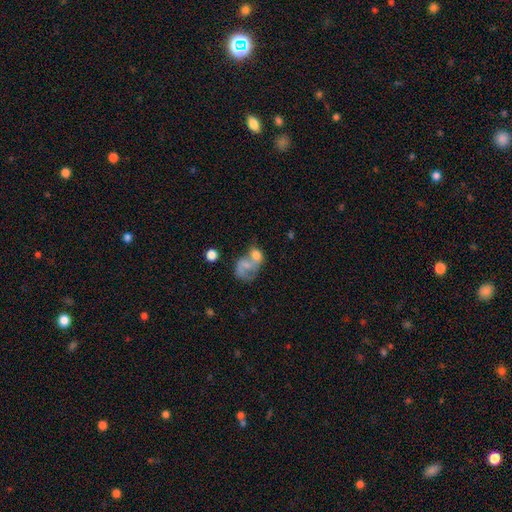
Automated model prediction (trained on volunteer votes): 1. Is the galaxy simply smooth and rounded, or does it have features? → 51% smooth, 39% featured or disk, 10% star or artifact.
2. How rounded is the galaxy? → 59% in between, 39% round, 2% cigar-shaped.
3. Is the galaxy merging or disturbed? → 63% merger, 15% none, 13% major disturbance, 9% minor disturbance.